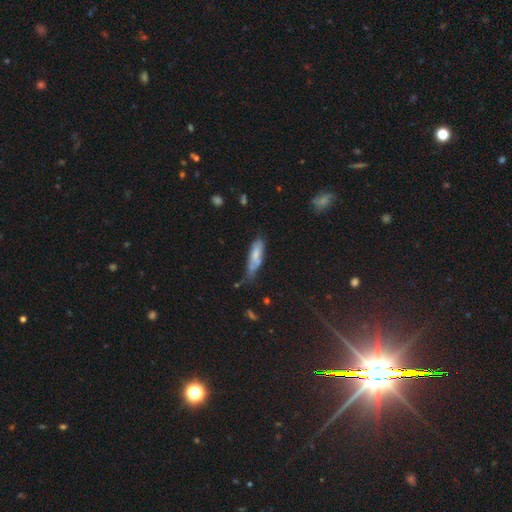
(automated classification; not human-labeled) Smooth or featured?
  - smooth: 68% *
  - featured or disk: 23%
  - star or artifact: 8%
How rounded?
  - cigar-shaped: 50% *
  - in between: 48%
  - round: 2%
Merging?
  - minor disturbance: 39% *
  - none: 38%
  - major disturbance: 17%
  - merger: 7%